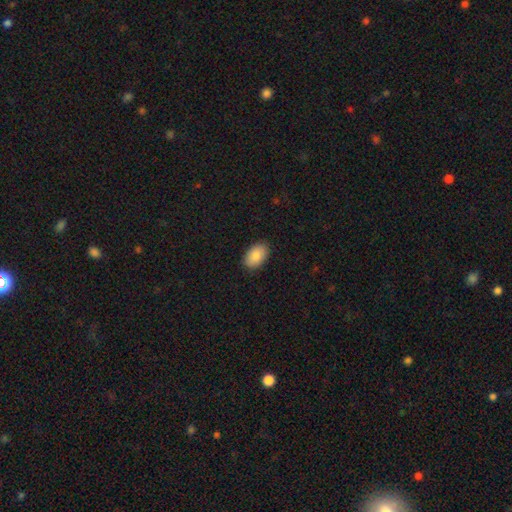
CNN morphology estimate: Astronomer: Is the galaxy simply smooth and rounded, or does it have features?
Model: smooth — 87%.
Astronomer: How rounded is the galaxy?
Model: in between — 92%.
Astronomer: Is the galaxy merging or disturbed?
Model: none — 88%.